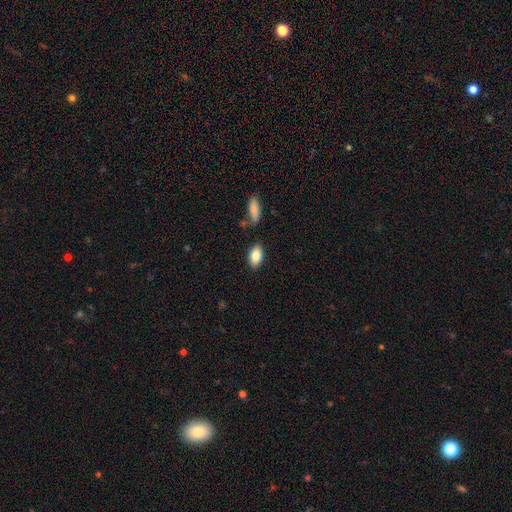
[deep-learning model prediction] This is clearly a smooth galaxy (84%). How rounded: clearly in between (92%). Merging: clearly none (83%).